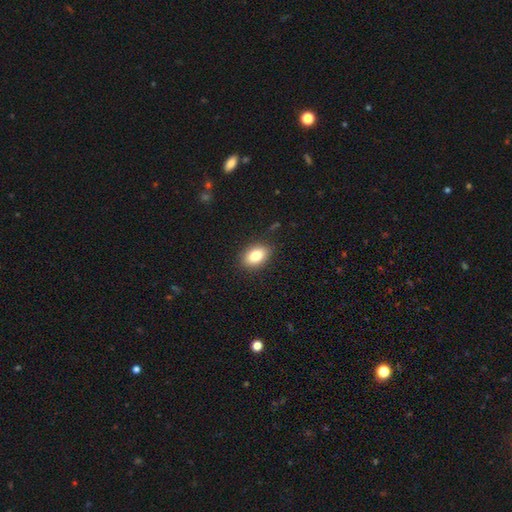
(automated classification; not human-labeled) Smooth or featured?
  - smooth: 84% *
  - featured or disk: 8%
  - star or artifact: 8%
How rounded?
  - in between: 86% *
  - round: 12%
  - cigar-shaped: 2%
Merging?
  - none: 86% *
  - minor disturbance: 10%
  - major disturbance: 3%
  - merger: 1%